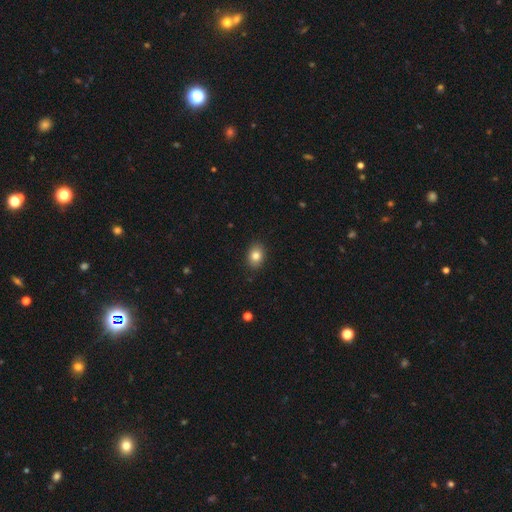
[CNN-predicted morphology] Q: Smooth or featured?
A: smooth (83%); runner-up: star or artifact (9%)
Q: How rounded?
A: in between (71%); runner-up: round (28%)
Q: Merging?
A: none (88%); runner-up: minor disturbance (9%)